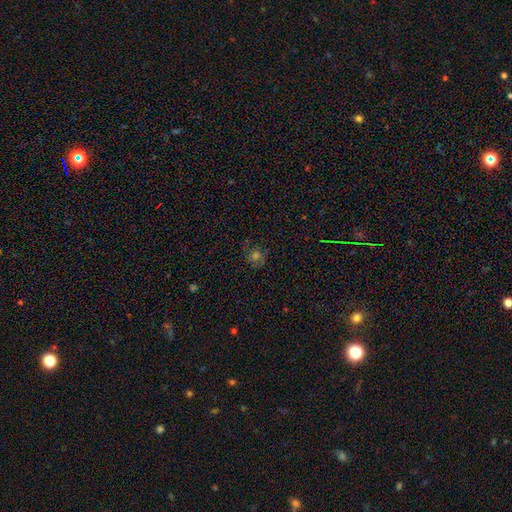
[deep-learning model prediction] This appears to be a smooth galaxy with no disk features (42%). Merging: none (76%).